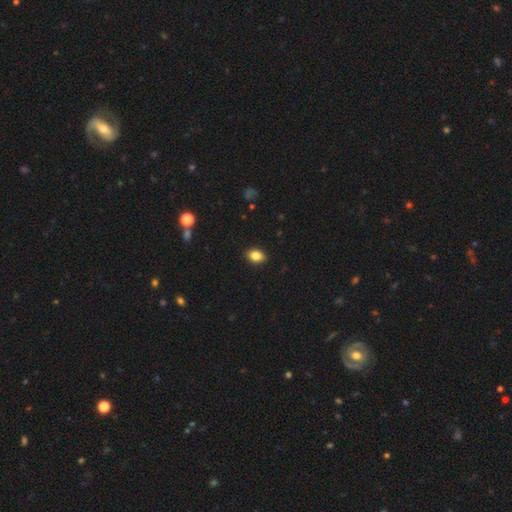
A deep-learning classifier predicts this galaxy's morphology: This appears to be a smooth galaxy with no disk features (86%) that is in between round and cigar-shaped (76%). Merging: none (89%).